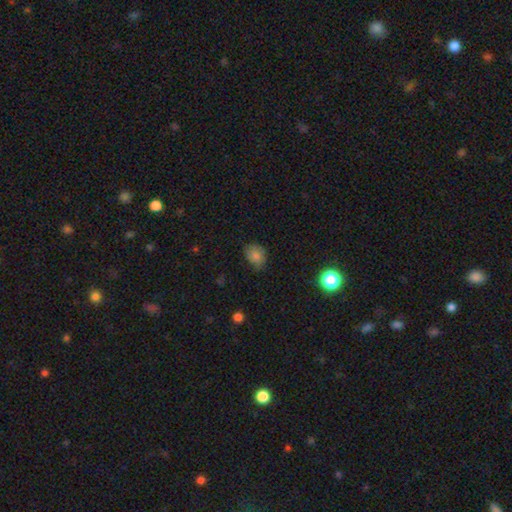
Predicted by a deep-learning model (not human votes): smooth 79%, star or artifact 12%, featured or disk 9%. Down the decision tree: how rounded — round (52%); merging — none (66%).